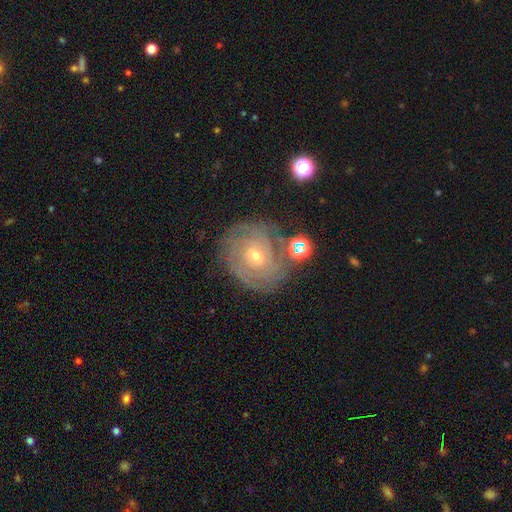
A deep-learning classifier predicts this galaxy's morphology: smooth-or-featured: featured or disk: 81% | smooth: 11% | star or artifact: 9%
  disk-edge-on: no: 97% | yes: 3%
    bar: no: 63% | weak: 30% | strong: 7%
    has-spiral-arms: yes: 94% | no: 6%
      spiral-winding: tight: 78% | medium: 18% | loose: 4%
      spiral-arm-count: can't tell: 35% | 3: 20% | 2: 17% | 4: 15% | more than 4: 7% | 1: 6%
    bulge-size: small: 59% | moderate: 38% | large: 1% | none: 1% | dominant: 1%
  merging: none: 76% | minor disturbance: 14% | major disturbance: 5% | merger: 5%